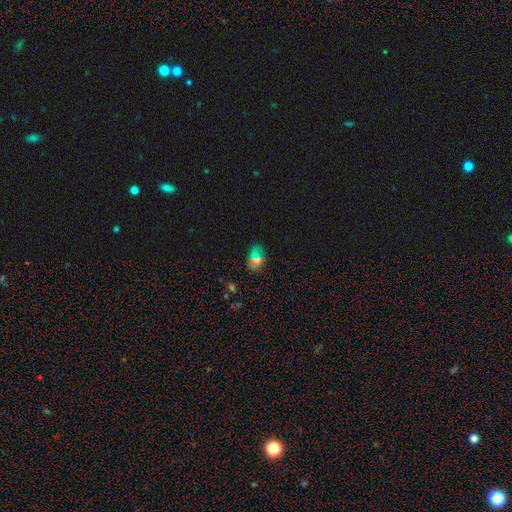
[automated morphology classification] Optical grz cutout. It shows a smooth galaxy with no disk features (51%) that is in between round and cigar-shaped (79%). Merging: none (74%).